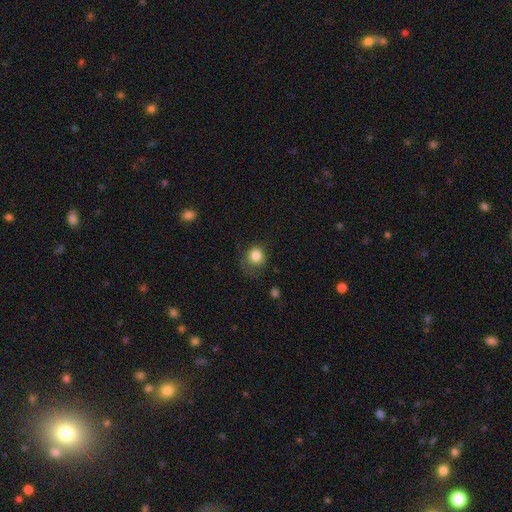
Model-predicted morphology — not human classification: Overall: smooth (83%). How rounded: round (80%). Merging: none (60%; minor disturbance 26%).